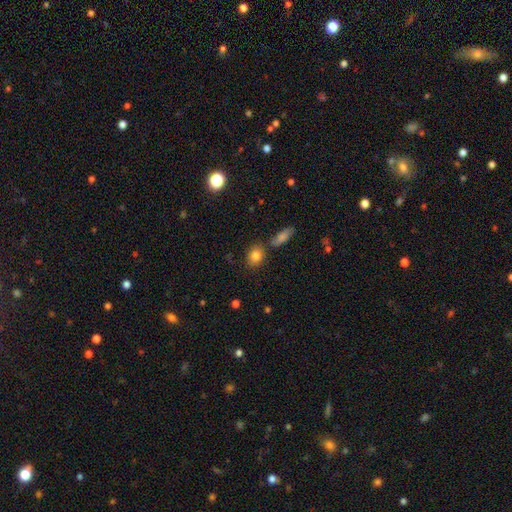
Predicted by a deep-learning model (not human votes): A smooth galaxy with no disk features (83%) that is in between round and cigar-shaped (53%).

Vote fractions:
- Smooth or featured? smooth: 83% / star or artifact: 9% / featured or disk: 8%
- How rounded? in between: 53% / round: 45% / cigar-shaped: 2%
- Merging? none: 77% / minor disturbance: 12% / merger: 9% / major disturbance: 3%